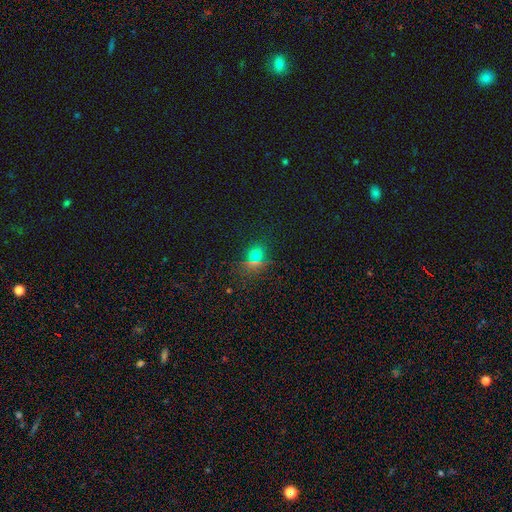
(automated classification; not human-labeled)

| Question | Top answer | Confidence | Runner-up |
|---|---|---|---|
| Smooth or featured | smooth | 60% | star or artifact (32%) |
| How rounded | round | 64% | in between (32%) |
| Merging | none | 77% | minor disturbance (11%) |